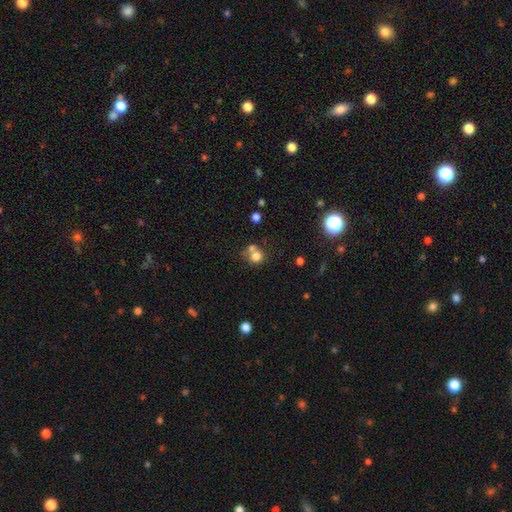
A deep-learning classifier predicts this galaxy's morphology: This appears to be a smooth galaxy with no disk features (75%) that is round (79%). Merging: merger (44%).